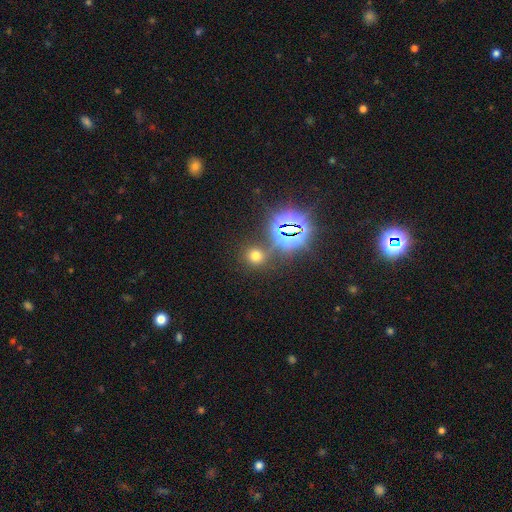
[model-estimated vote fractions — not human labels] A smooth galaxy with no disk features (56%) that is round (88%). Merging: none (76%).